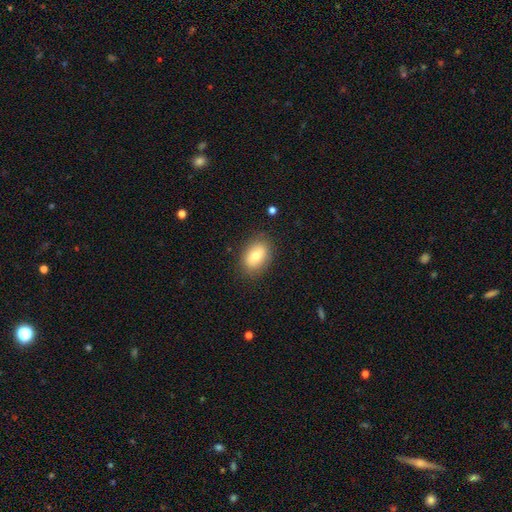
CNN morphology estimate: Q: Smooth or featured?
A: smooth (76%); runner-up: featured or disk (16%)
Q: How rounded?
A: in between (81%); runner-up: round (17%)
Q: Merging?
A: none (85%); runner-up: minor disturbance (11%)